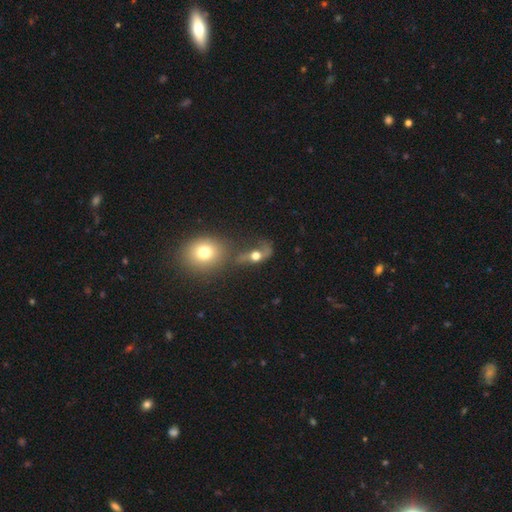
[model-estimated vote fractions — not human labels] smooth-or-featured: smooth: 47% | featured or disk: 39% | star or artifact: 14%
  merging: merger: 37% | none: 25% | major disturbance: 25% | minor disturbance: 13%